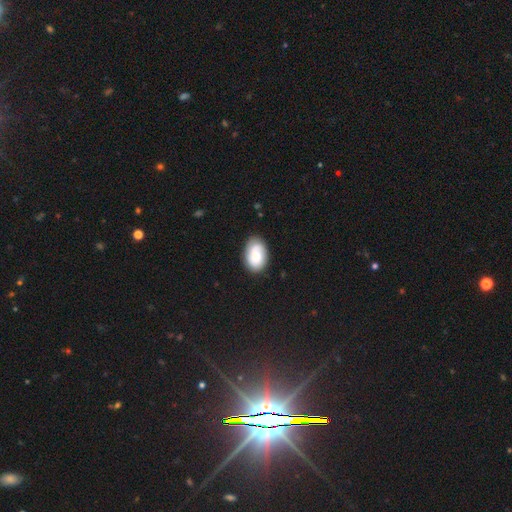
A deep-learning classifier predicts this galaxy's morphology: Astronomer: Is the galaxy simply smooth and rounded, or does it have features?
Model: smooth — 67%.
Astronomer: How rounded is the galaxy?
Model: in between — 87%.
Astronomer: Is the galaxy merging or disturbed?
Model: none — 79%.